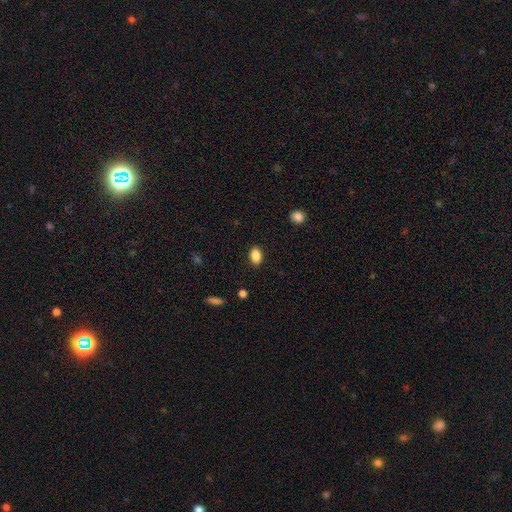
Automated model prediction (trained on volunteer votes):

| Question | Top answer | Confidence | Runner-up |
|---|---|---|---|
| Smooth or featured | smooth | 87% | star or artifact (8%) |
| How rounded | in between | 86% | round (12%) |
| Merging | none | 89% | minor disturbance (8%) |